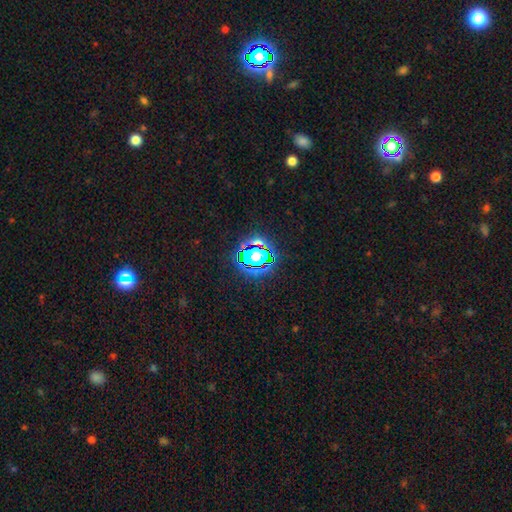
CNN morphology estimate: Q: Smooth or featured?
A: star or artifact (66%); runner-up: smooth (22%)